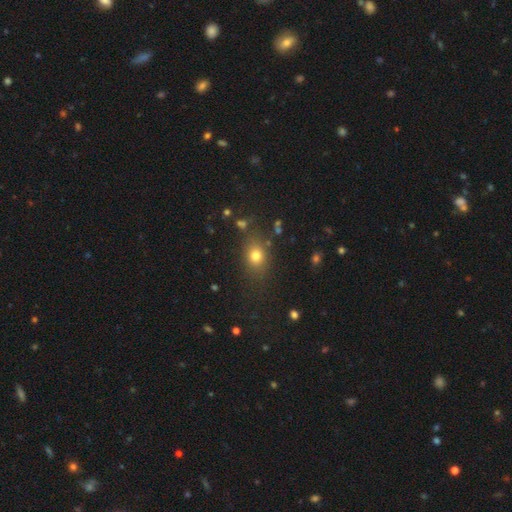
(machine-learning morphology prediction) A smooth galaxy with no disk features (75%) that is in between round and cigar-shaped (51%). Merging: none (79%).